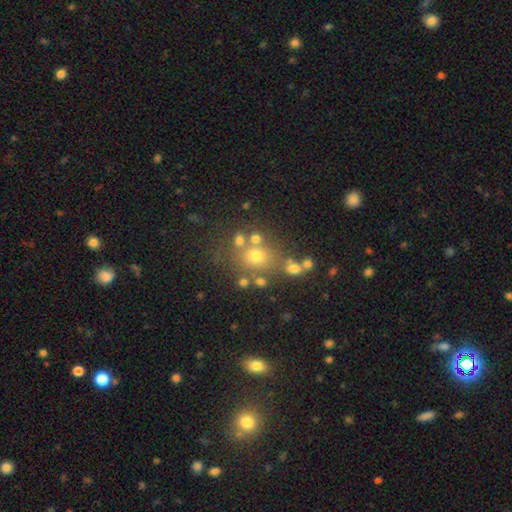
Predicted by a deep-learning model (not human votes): Smooth or featured?
  - smooth: 61% *
  - star or artifact: 23%
  - featured or disk: 17%
How rounded?
  - round: 79% *
  - in between: 20%
  - cigar-shaped: 1%
Merging?
  - none: 64% *
  - merger: 18%
  - minor disturbance: 11%
  - major disturbance: 6%